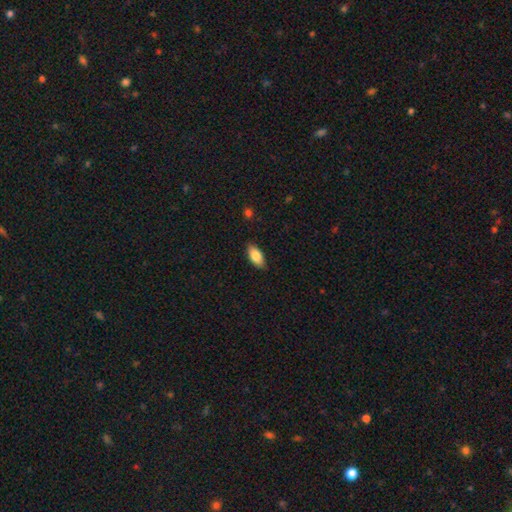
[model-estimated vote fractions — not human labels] A smooth galaxy with no disk features (82%) that is in between round and cigar-shaped (89%).

Vote fractions:
- Smooth or featured? smooth: 82% / featured or disk: 12% / star or artifact: 7%
- How rounded? in between: 89% / cigar-shaped: 8% / round: 3%
- Merging? none: 86% / minor disturbance: 11% / major disturbance: 2% / merger: 1%